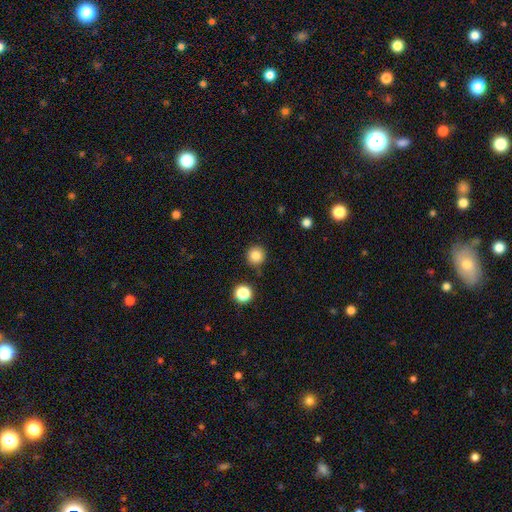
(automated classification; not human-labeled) A smooth galaxy with no disk features (83%) that is round (95%).

Vote fractions:
- Smooth or featured? smooth: 83% / star or artifact: 12% / featured or disk: 5%
- How rounded? round: 95% / in between: 4% / cigar-shaped: 1%
- Merging? none: 87% / minor disturbance: 7% / merger: 4% / major disturbance: 2%